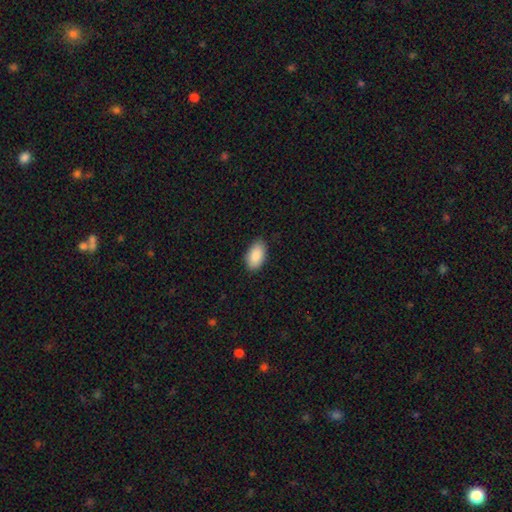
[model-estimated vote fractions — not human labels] This appears to be a smooth galaxy with no disk features (90%) that is in between round and cigar-shaped (95%). Merging: none (85%).